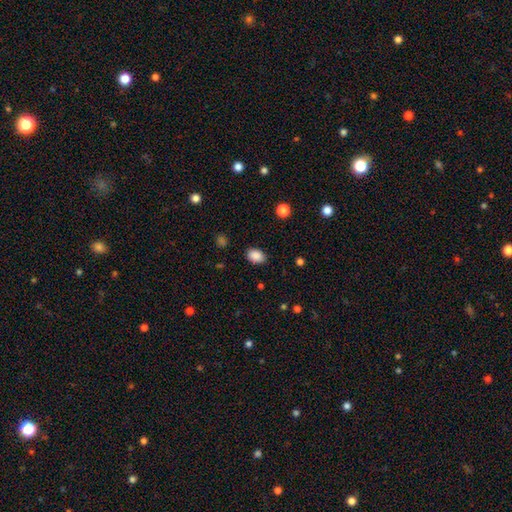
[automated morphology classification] Smooth or featured: smooth — 88% (star or artifact — 8%)
How rounded: in between — 82% (round — 17%)
Merging: none — 86% (minor disturbance — 10%)